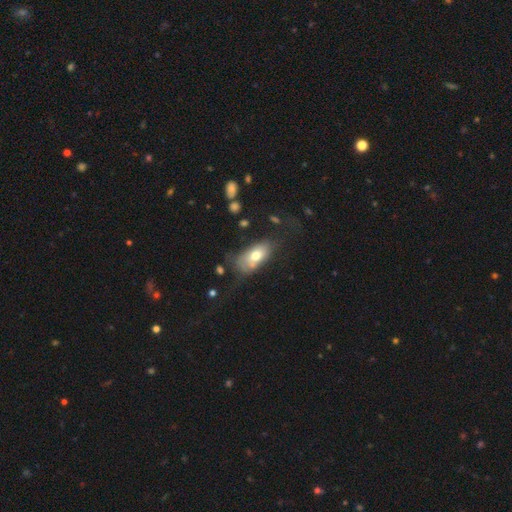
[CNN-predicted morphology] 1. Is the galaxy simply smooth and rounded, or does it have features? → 68% smooth, 24% featured or disk, 8% star or artifact.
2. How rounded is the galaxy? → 90% in between, 5% round, 5% cigar-shaped.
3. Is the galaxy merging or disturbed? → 48% none, 26% minor disturbance, 19% major disturbance, 7% merger.